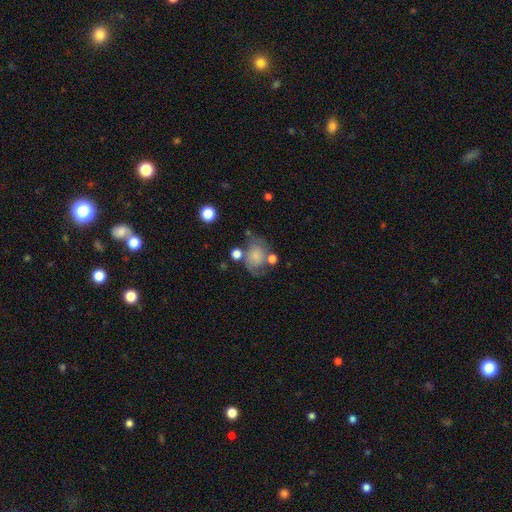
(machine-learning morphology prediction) smooth_or_featured: smooth (p=0.52) [alt: featured or disk p=0.37]
how_rounded: in between (p=0.58) [alt: round p=0.41]
merging: none (p=0.43) [alt: minor disturbance p=0.25]